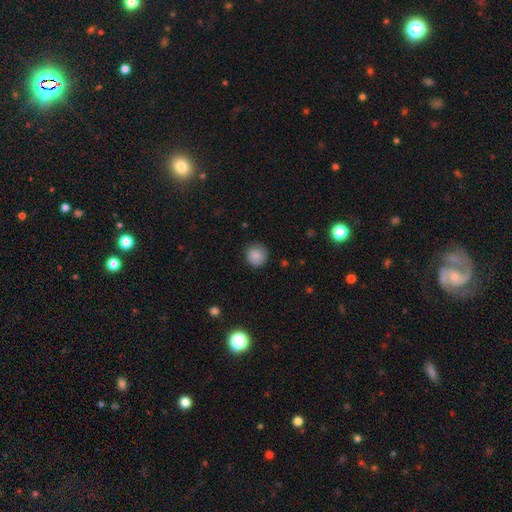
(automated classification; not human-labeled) smooth_or_featured: smooth (p=0.87) [alt: star or artifact p=0.09]
how_rounded: round (p=0.94) [alt: in between p=0.05]
merging: none (p=0.87) [alt: minor disturbance p=0.10]